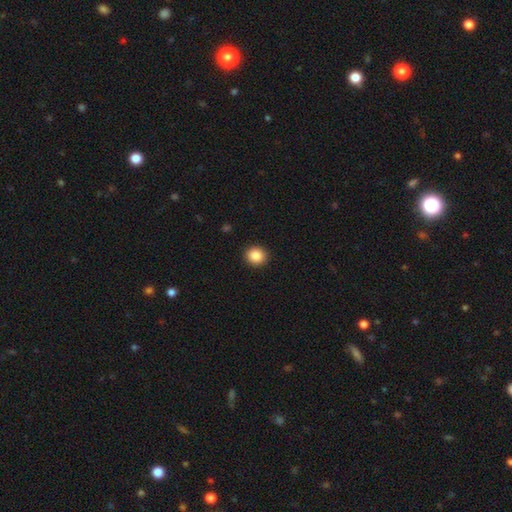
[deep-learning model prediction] smooth-or-featured: smooth: 88% | star or artifact: 9% | featured or disk: 3%
  how-rounded: round: 83% | in between: 16% | cigar-shaped: 1%
  merging: none: 92% | minor disturbance: 5% | major disturbance: 2% | merger: 1%